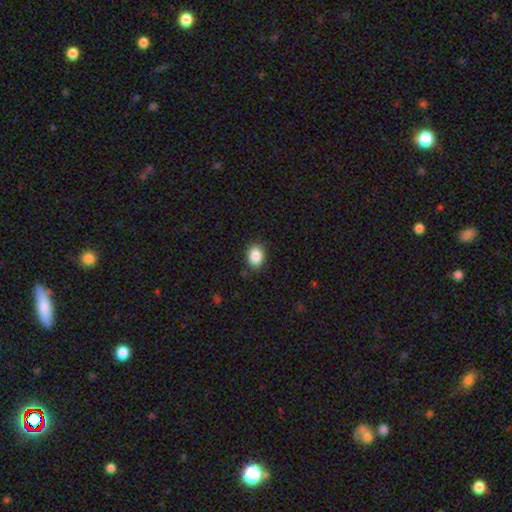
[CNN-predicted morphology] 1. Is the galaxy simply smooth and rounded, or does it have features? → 87% smooth, 8% star or artifact, 5% featured or disk.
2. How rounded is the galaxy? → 66% in between, 33% round, 1% cigar-shaped.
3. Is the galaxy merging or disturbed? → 86% none, 10% minor disturbance, 2% major disturbance, 1% merger.